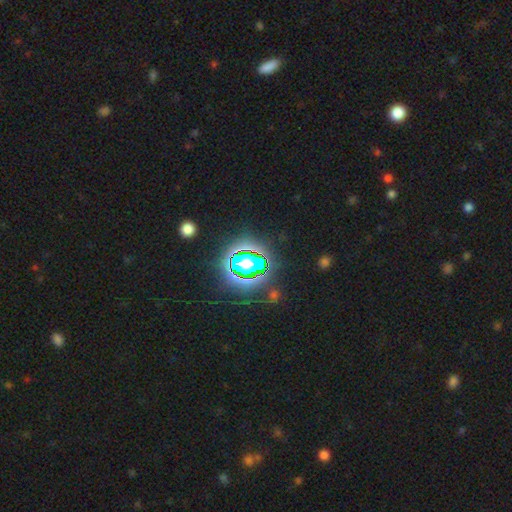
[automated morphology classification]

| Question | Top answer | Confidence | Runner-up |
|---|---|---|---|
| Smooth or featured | star or artifact | 64% | smooth (20%) |